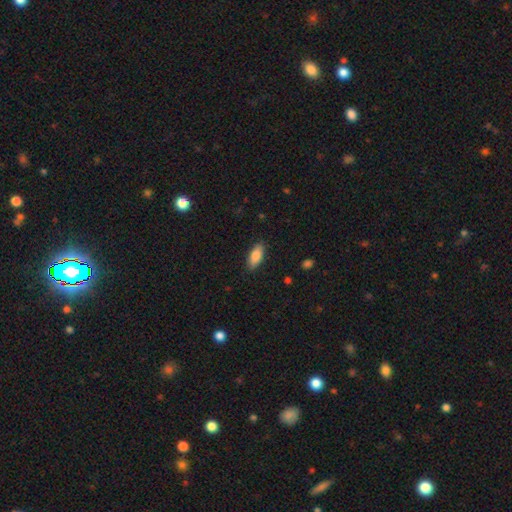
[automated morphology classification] A smooth galaxy with no disk features (85%) that is in between round and cigar-shaped (84%). Merging: none (87%).